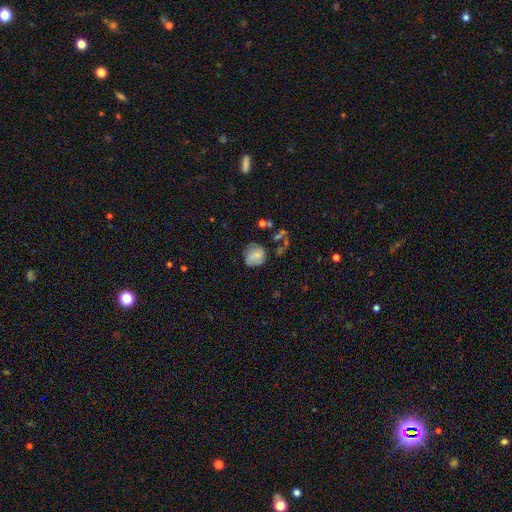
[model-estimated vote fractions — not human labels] Smooth or featured? Predicted: smooth (p=0.71). How rounded? Predicted: round (p=0.77). Merging? Predicted: none (p=0.57).